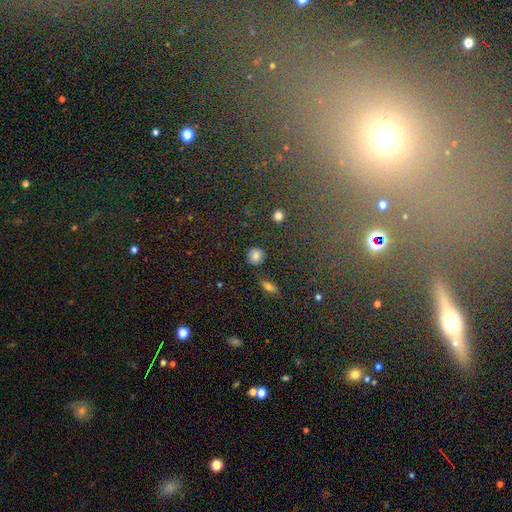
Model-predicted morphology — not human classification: This appears to be a smooth galaxy with no disk features (82%) that is round (92%). Merging: none (88%).